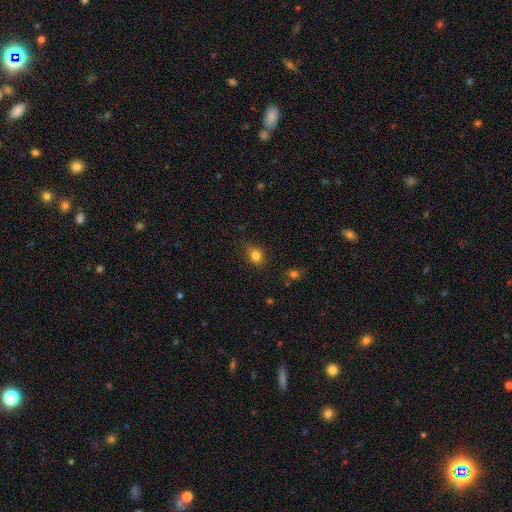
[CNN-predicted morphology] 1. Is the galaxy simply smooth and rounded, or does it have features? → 81% smooth, 13% star or artifact, 7% featured or disk.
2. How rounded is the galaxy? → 57% round, 42% in between, 1% cigar-shaped.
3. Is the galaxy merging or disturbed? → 75% none, 19% minor disturbance, 4% major disturbance, 2% merger.